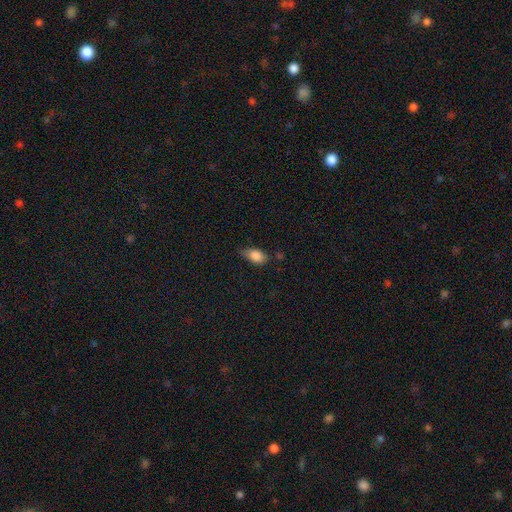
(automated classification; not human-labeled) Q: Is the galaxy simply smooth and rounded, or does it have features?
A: smooth — 84%.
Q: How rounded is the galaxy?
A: in between — 87%.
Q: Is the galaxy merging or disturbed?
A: none — 53%.